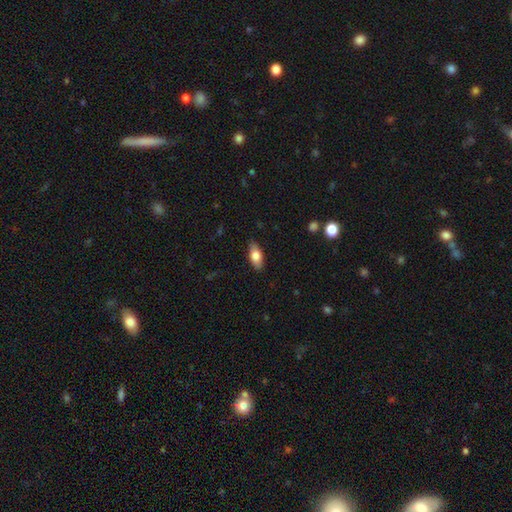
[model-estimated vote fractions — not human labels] Smooth or featured? smooth (75%)
How rounded? in between (85%)
Merging? none (86%)